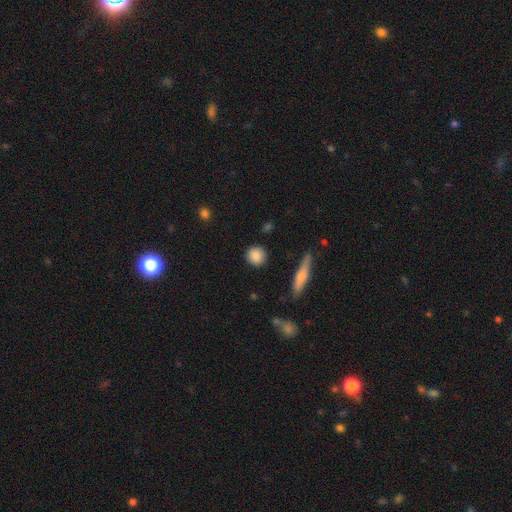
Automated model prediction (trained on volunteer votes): A smooth galaxy with no disk features (87%) that is round (86%).

Vote fractions:
- Smooth or featured? smooth: 87% / star or artifact: 7% / featured or disk: 6%
- How rounded? round: 86% / in between: 11% / cigar-shaped: 3%
- Merging? none: 89% / minor disturbance: 7% / major disturbance: 2% / merger: 2%